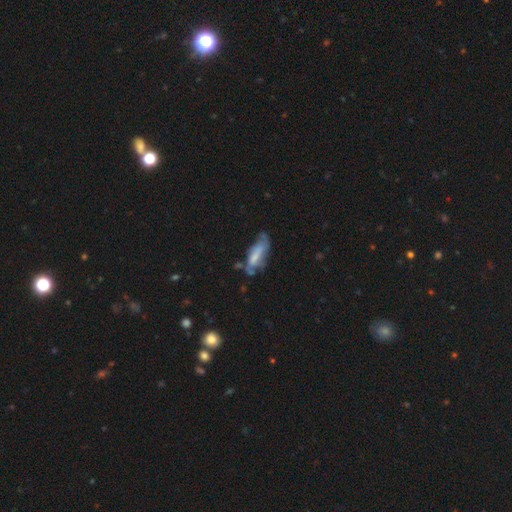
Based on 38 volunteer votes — Smooth or featured: smooth — 50% (featured or disk — 47%)
How rounded: in between — 79% (cigar-shaped — 21%)
Merging: none — 32% (minor disturbance — 30%)